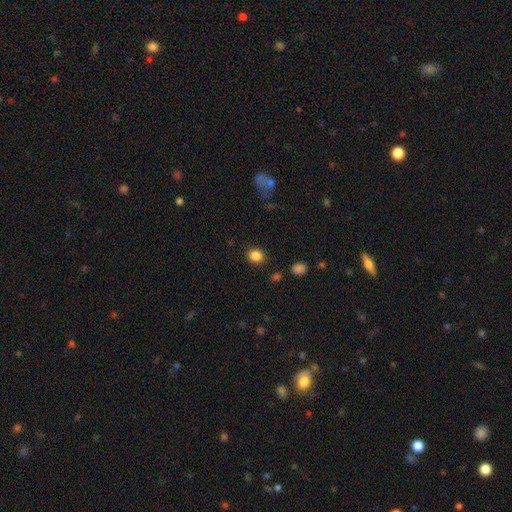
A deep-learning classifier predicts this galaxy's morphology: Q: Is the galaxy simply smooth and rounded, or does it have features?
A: smooth — 85%.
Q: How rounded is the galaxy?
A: round — 70%.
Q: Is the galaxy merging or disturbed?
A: none — 87%.